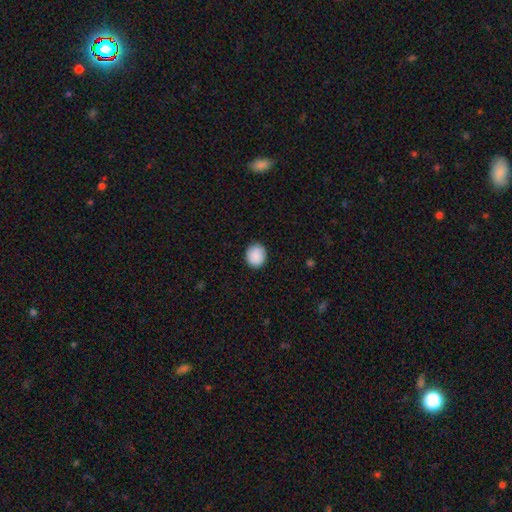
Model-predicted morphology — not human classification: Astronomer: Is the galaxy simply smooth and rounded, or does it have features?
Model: smooth — 90%.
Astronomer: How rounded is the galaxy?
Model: round — 80%.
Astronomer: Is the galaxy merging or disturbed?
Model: none — 90%.